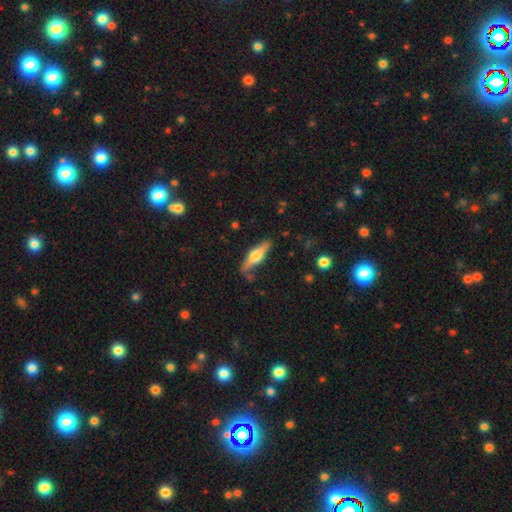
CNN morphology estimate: smooth_or_featured: featured or disk (p=0.62) [alt: smooth p=0.32]
disk_edge_on: yes (p=0.94) [alt: no p=0.06]
edge_on_bulge: rounded (p=0.92) [alt: boxy p=0.06]
merging: none (p=0.82) [alt: minor disturbance p=0.12]